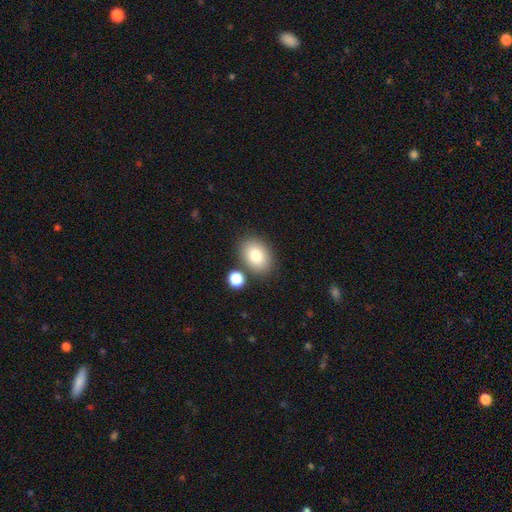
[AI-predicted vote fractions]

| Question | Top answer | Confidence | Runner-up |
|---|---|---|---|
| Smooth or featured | smooth | 83% | featured or disk (9%) |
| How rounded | in between | 78% | round (21%) |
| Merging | none | 79% | minor disturbance (11%) |